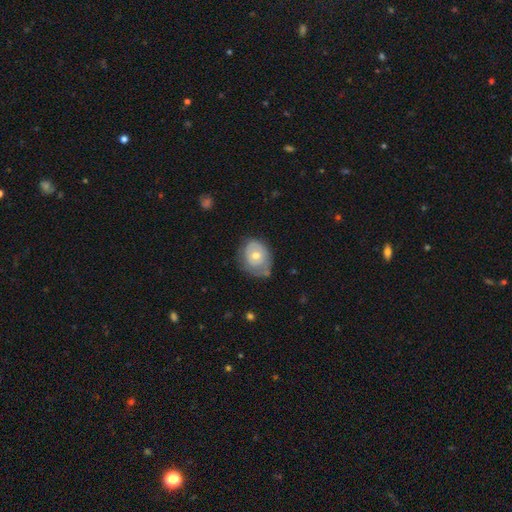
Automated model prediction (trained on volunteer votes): Smooth or featured?
  - featured or disk: 49% *
  - smooth: 44%
  - star or artifact: 7%
Merging?
  - none: 54% *
  - minor disturbance: 32%
  - major disturbance: 11%
  - merger: 3%